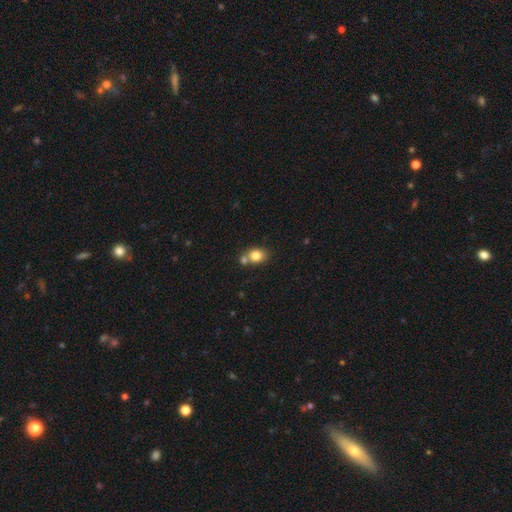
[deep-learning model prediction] smooth-or-featured: smooth: 80% | star or artifact: 10% | featured or disk: 10%
  how-rounded: round: 51% | in between: 48% | cigar-shaped: 1%
  merging: none: 52% | merger: 33% | minor disturbance: 11% | major disturbance: 4%